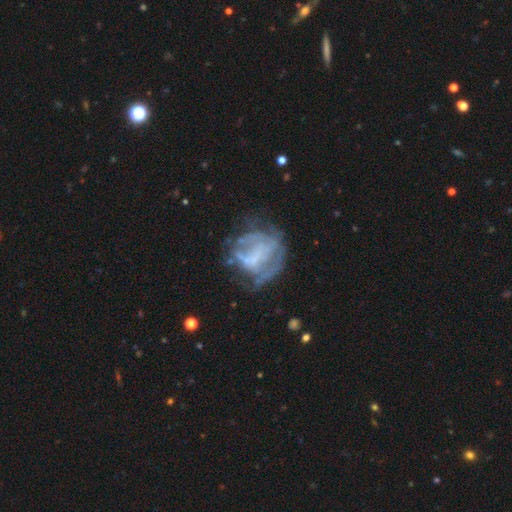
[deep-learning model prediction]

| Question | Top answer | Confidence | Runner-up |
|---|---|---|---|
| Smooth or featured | featured or disk | 65% | smooth (24%) |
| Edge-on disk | no | 97% | yes (3%) |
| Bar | no | 63% | weak (25%) |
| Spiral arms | no | 61% | yes (39%) |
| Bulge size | none | 62% | small (20%) |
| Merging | none | 43% | major disturbance (31%) |